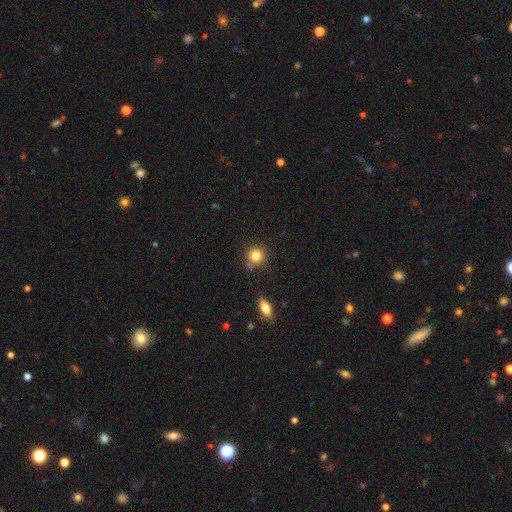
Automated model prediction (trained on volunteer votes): This appears to be a smooth galaxy with no disk features (82%) that is round (89%). Merging: none (73%).